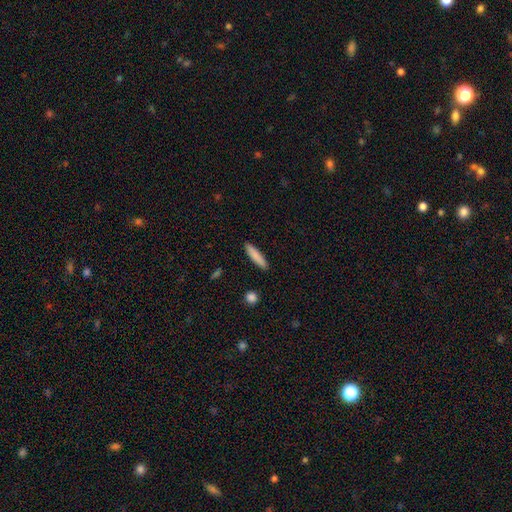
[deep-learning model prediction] Morphology: type=smooth (84%); roundness=cigar-shaped (84%); merging=none (90%).